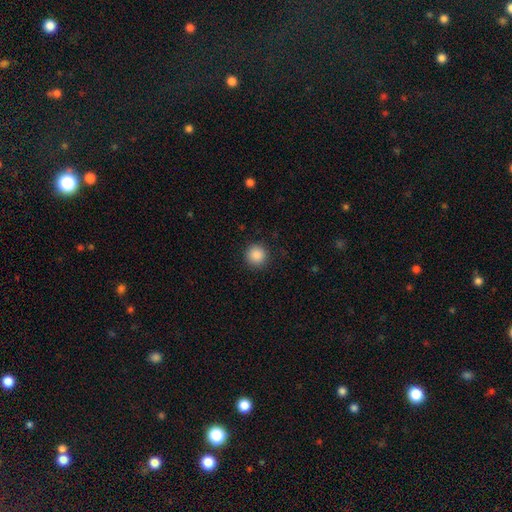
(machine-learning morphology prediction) Smooth or featured? Predicted: smooth (p=0.88). How rounded? Predicted: round (p=0.95). Merging? Predicted: none (p=0.90).